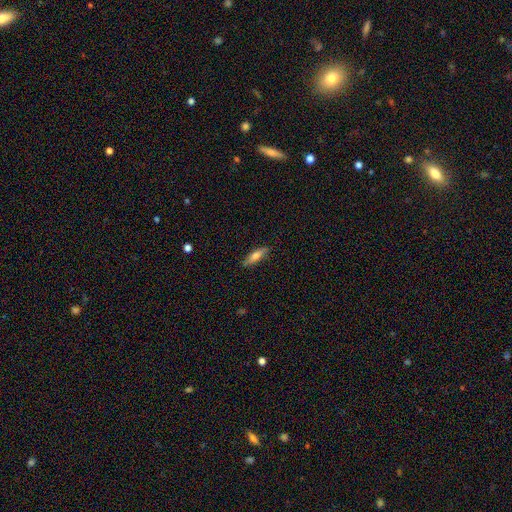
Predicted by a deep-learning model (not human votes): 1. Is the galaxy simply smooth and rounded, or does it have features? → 67% smooth, 26% featured or disk, 6% star or artifact.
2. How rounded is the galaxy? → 55% cigar-shaped, 42% in between, 2% round.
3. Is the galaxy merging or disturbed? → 82% none, 14% minor disturbance, 3% major disturbance, 1% merger.